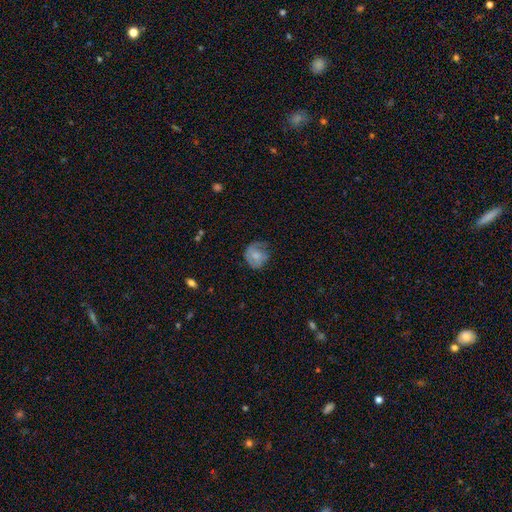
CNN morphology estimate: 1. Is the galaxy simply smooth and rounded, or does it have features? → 59% smooth, 33% featured or disk, 8% star or artifact.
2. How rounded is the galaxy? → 72% round, 27% in between, 1% cigar-shaped.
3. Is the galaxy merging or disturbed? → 51% none, 30% minor disturbance, 18% major disturbance, 2% merger.